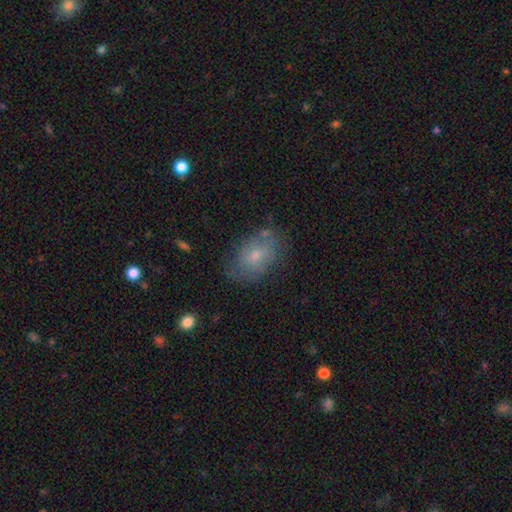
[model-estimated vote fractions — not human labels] Smooth or featured?
  - smooth: 63% *
  - featured or disk: 28%
  - star or artifact: 9%
How rounded?
  - in between: 84% *
  - round: 14%
  - cigar-shaped: 1%
Merging?
  - none: 68% *
  - minor disturbance: 21%
  - major disturbance: 7%
  - merger: 3%